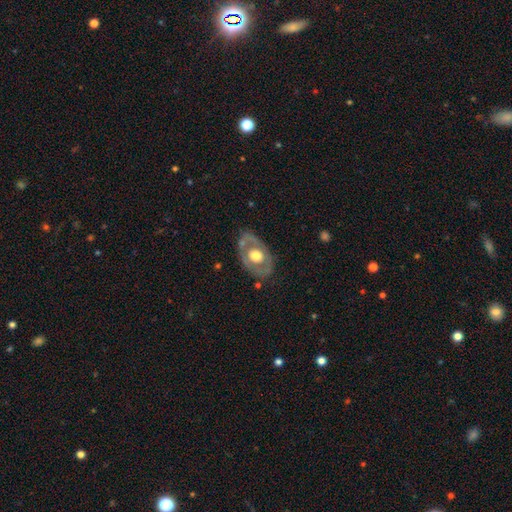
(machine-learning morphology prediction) Smooth or featured: featured or disk — 58% (smooth — 37%)
Edge-on disk: no — 91% (yes — 9%)
Bar: no — 88% (weak — 9%)
Spiral arms: no — 85% (yes — 15%)
Bulge size: moderate — 50% (large — 42%)
Merging: none — 73% (minor disturbance — 18%)